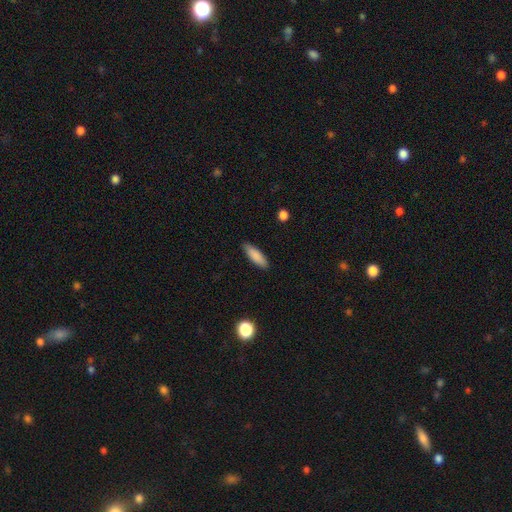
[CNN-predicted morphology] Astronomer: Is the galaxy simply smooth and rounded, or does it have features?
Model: smooth — 87%.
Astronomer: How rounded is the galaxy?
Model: in between — 51% (runner-up: cigar-shaped, 48%).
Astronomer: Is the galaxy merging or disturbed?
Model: none — 87%.